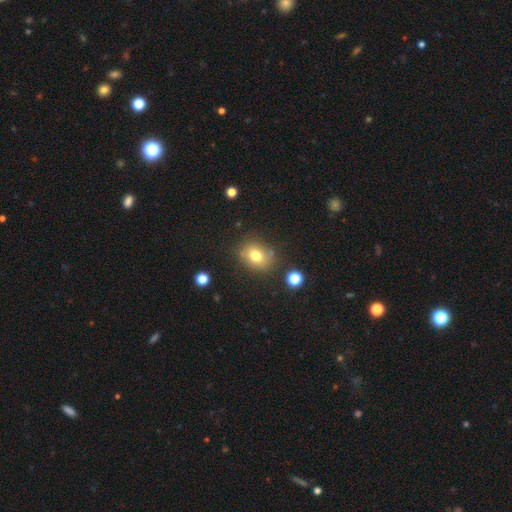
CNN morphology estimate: A smooth galaxy with no disk features (75%) that is round (55%). Merging: none (75%).